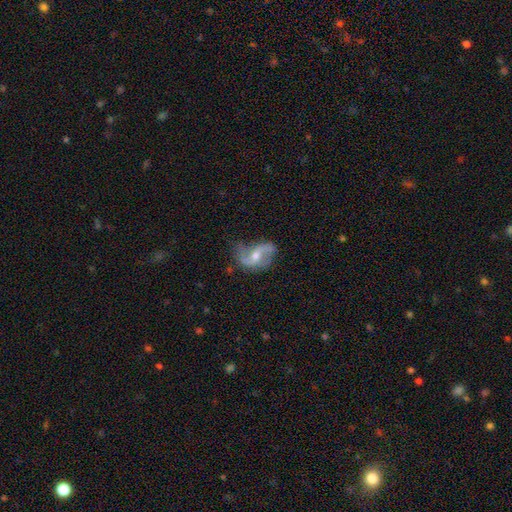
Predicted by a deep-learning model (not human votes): Overall: featured or disk (84%). Edge-on disk: no (97%). Bar: weak (43%; no 35%). Spiral arms: yes (93%). Spiral arm count: 2 (89%). Spiral winding: loose (70%). Bulge size: moderate (56%; small 39%). Merging: none (61%; minor disturbance 23%).